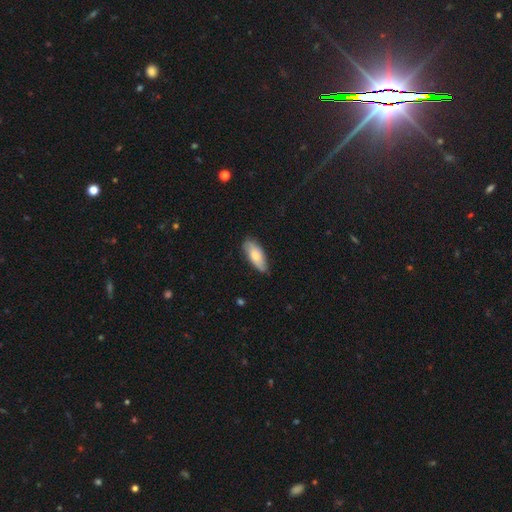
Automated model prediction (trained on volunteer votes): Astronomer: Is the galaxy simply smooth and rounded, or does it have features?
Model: smooth — 66%.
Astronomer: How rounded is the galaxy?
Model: in between — 79%.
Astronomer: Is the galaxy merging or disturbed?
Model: none — 75%.